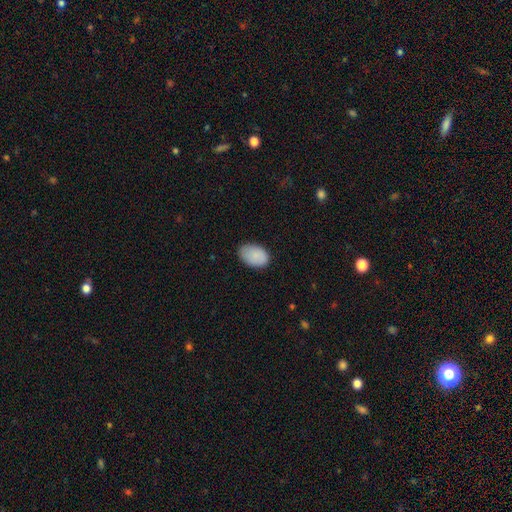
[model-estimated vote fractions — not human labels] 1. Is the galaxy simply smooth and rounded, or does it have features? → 88% smooth, 6% star or artifact, 6% featured or disk.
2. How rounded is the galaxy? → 90% in between, 9% round, 1% cigar-shaped.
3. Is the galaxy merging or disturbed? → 79% none, 17% minor disturbance, 3% major disturbance, 1% merger.